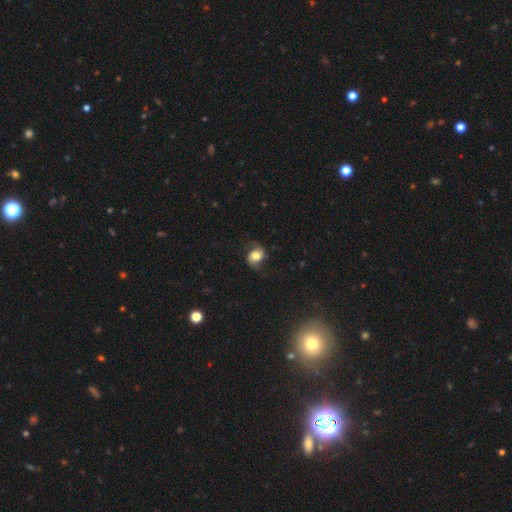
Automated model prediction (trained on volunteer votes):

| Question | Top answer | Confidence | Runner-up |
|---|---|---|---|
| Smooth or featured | smooth | 46% | featured or disk (45%) |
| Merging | none | 70% | minor disturbance (19%) |